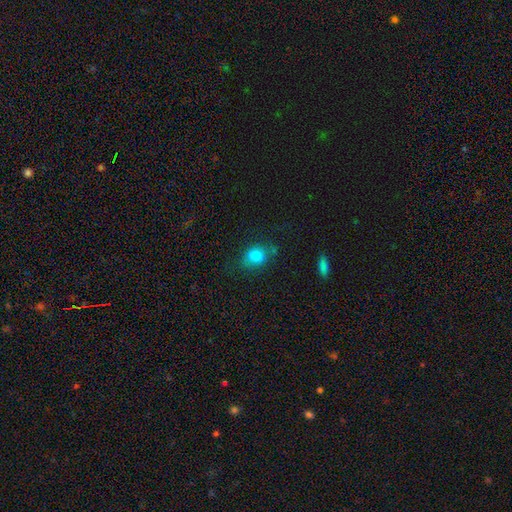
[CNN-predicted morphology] Smooth or featured? smooth (81%)
How rounded? in between (50%)
Merging? none (60%)